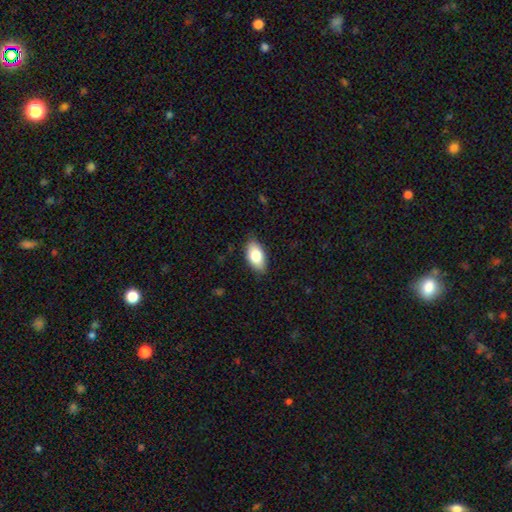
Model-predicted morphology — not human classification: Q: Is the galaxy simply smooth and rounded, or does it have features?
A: smooth — 79%.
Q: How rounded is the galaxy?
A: in between — 92%.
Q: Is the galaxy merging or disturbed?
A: none — 84%.